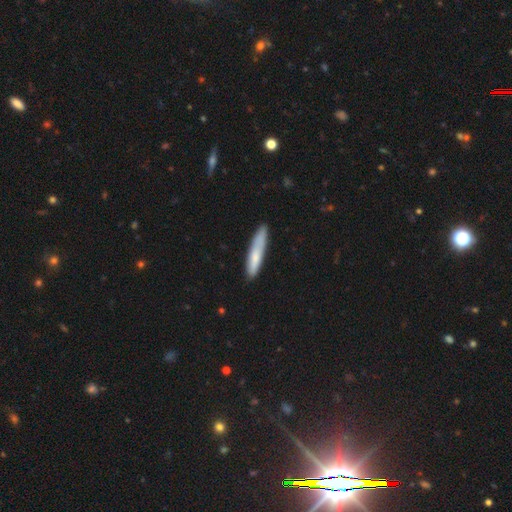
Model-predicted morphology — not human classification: smooth 75%, featured or disk 19%, star or artifact 6%. Down the decision tree: how rounded — cigar-shaped (90%); merging — none (80%).